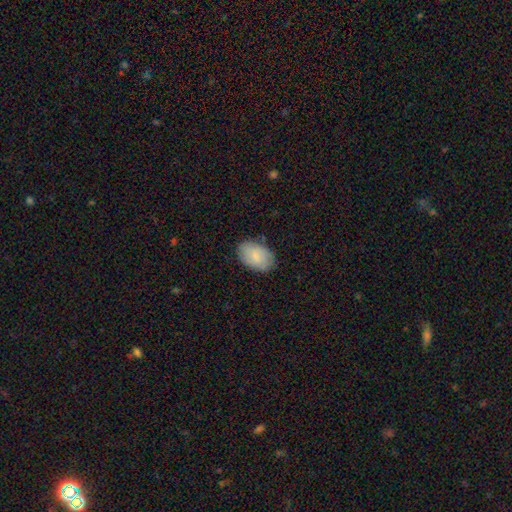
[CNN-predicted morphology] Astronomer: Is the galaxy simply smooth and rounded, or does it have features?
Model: smooth — 85%.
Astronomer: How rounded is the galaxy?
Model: in between — 91%.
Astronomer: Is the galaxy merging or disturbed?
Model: none — 83%.